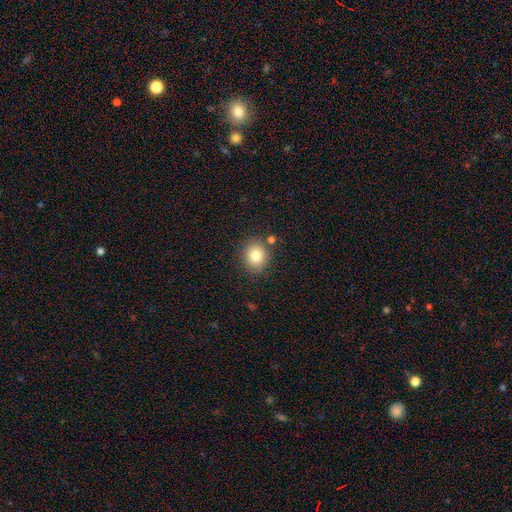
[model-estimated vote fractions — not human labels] This appears to be a smooth galaxy with no disk features (80%) that is round (71%). Merging: none (82%).